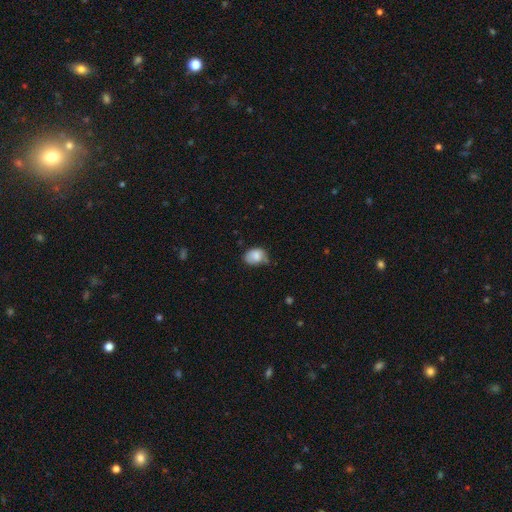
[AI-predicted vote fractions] A smooth galaxy with no disk features (80%) that is in between round and cigar-shaped (69%).

Vote fractions:
- Smooth or featured? smooth: 80% / featured or disk: 12% / star or artifact: 8%
- How rounded? in between: 69% / round: 30% / cigar-shaped: 1%
- Merging? none: 47% / minor disturbance: 40% / major disturbance: 10% / merger: 3%